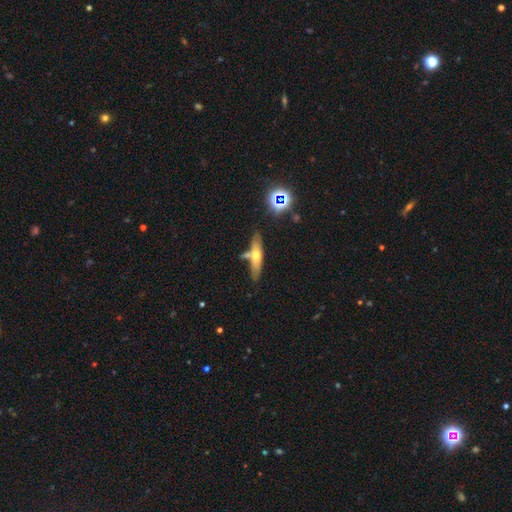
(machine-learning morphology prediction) Smooth or featured?
  - smooth: 47% *
  - featured or disk: 43%
  - star or artifact: 10%
Merging?
  - none: 58% *
  - merger: 20%
  - minor disturbance: 17%
  - major disturbance: 5%